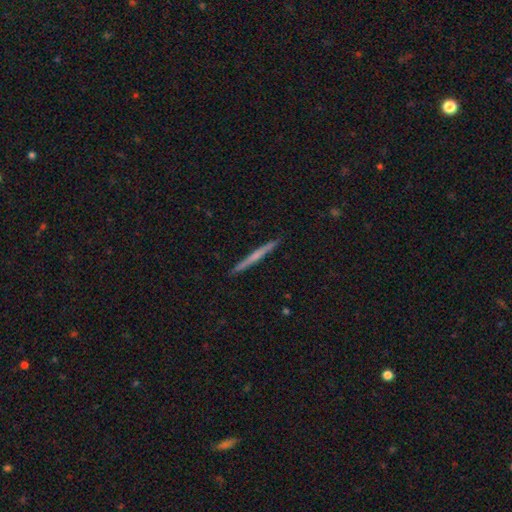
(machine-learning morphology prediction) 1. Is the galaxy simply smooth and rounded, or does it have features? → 53% featured or disk, 40% smooth, 6% star or artifact.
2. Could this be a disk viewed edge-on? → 98% yes, 2% no.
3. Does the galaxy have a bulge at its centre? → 72% none, 22% rounded, 6% boxy.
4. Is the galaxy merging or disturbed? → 92% none, 6% minor disturbance, 1% major disturbance, 1% merger.